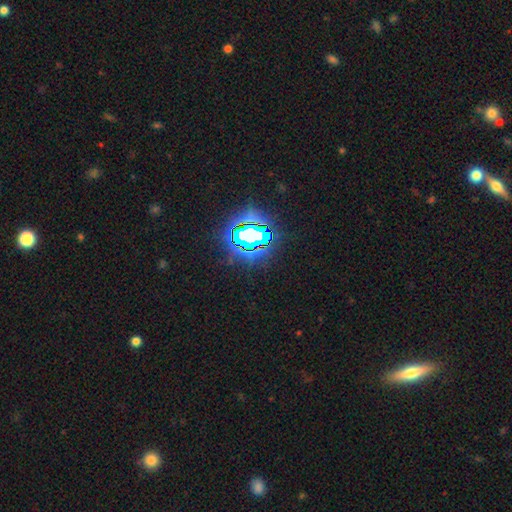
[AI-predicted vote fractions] Smooth or featured? Predicted: star or artifact (p=0.80).